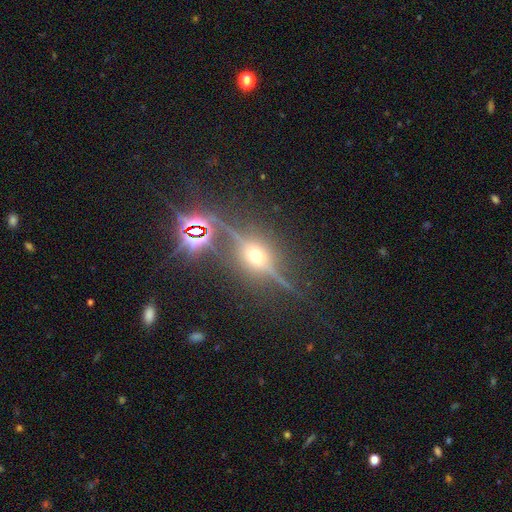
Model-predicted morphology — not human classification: Q: Smooth or featured?
A: featured or disk (61%); runner-up: star or artifact (26%)
Q: Edge-on disk?
A: yes (85%); runner-up: no (15%)
Q: Edge-on bulge?
A: rounded (94%); runner-up: boxy (4%)
Q: Merging?
A: none (80%); runner-up: minor disturbance (11%)